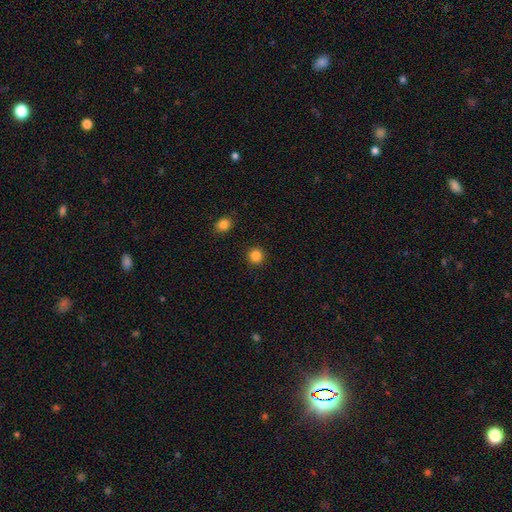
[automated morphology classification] Smooth or featured?
  - smooth: 86% *
  - star or artifact: 11%
  - featured or disk: 3%
How rounded?
  - round: 94% *
  - in between: 5%
  - cigar-shaped: 1%
Merging?
  - none: 92% *
  - minor disturbance: 5%
  - major disturbance: 2%
  - merger: 1%